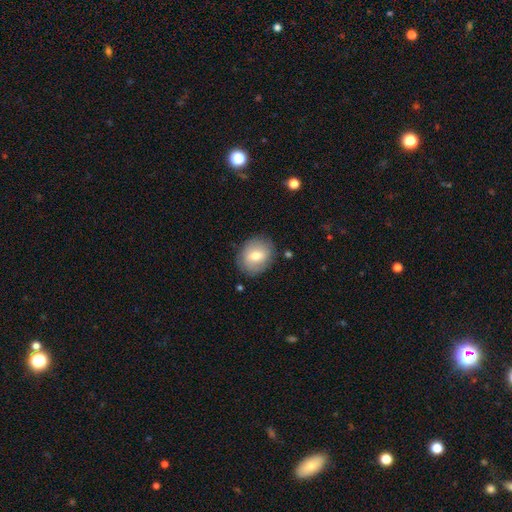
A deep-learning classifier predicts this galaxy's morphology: This is likely a smooth galaxy (69%). How rounded: possibly round (59%). Merging: clearly none (83%).